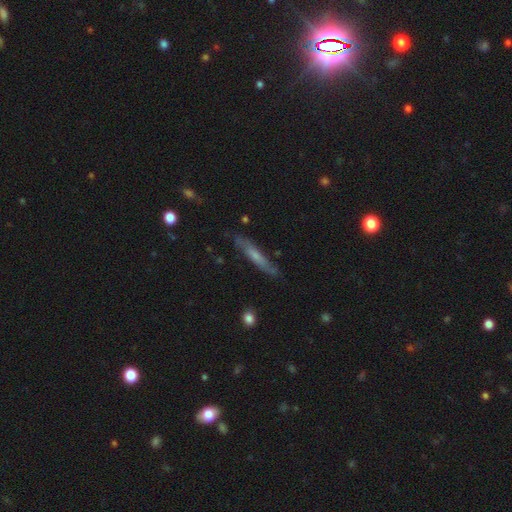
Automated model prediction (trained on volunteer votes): The model was most divided on "smooth or featured": featured or disk: 49%, smooth: 44%, star or artifact: 7%. More confident: merging — none (78%).